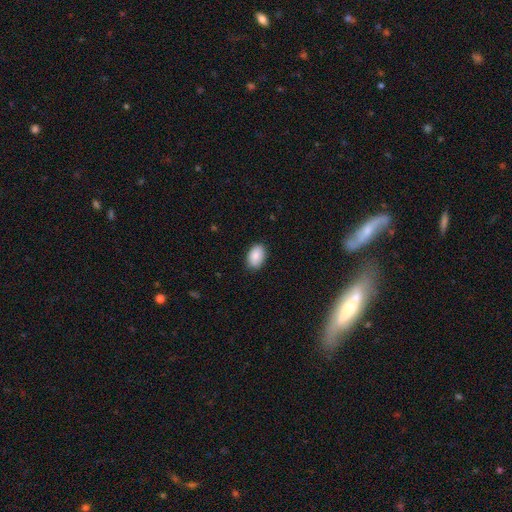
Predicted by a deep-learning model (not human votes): Smooth or featured? Predicted: smooth (p=0.88). How rounded? Predicted: in between (p=0.89). Merging? Predicted: none (p=0.87).